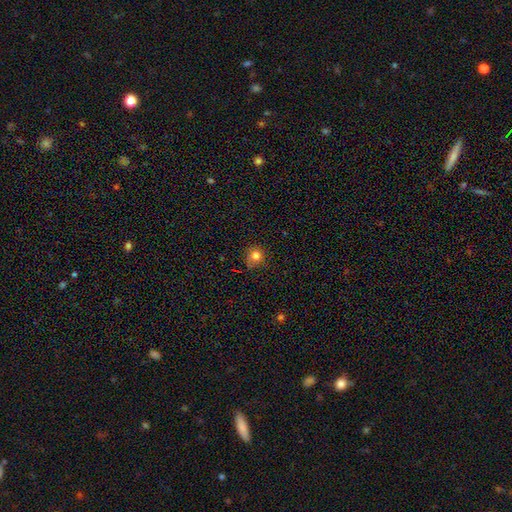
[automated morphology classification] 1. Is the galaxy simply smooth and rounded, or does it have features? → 80% smooth, 13% star or artifact, 6% featured or disk.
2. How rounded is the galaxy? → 89% round, 11% in between, 1% cigar-shaped.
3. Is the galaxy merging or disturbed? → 76% none, 18% minor disturbance, 4% major disturbance, 2% merger.